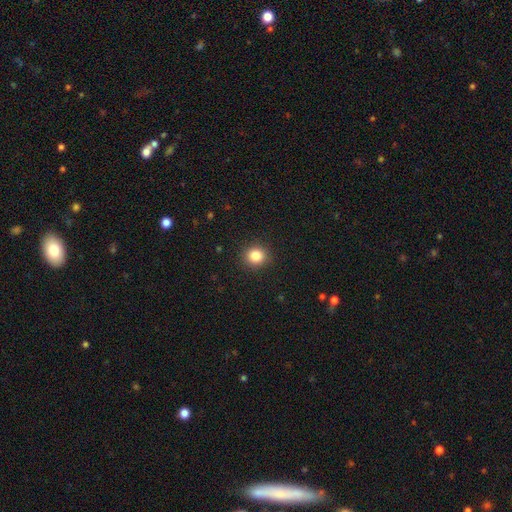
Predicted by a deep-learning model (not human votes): A smooth galaxy with no disk features (84%) that is round (89%). Merging: none (91%).